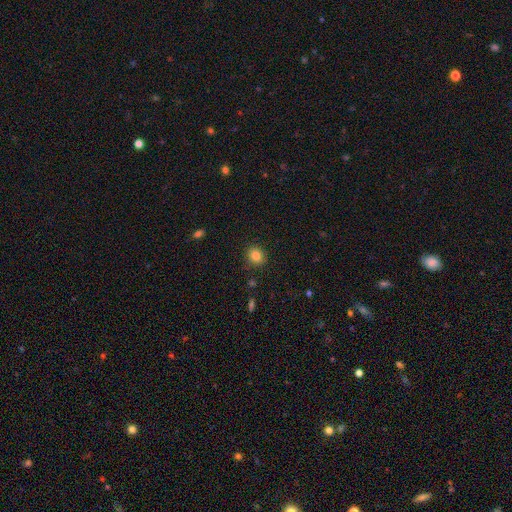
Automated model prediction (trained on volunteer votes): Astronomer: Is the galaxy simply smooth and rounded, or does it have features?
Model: smooth — 84%.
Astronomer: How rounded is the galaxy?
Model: round — 71%.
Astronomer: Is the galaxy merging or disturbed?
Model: none — 87%.